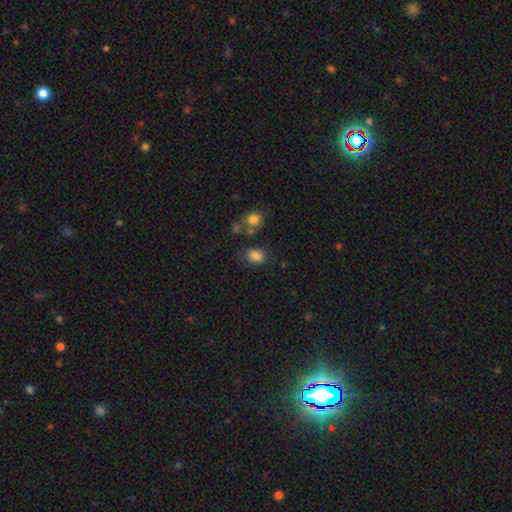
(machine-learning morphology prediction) Q: Smooth or featured?
A: smooth (82%); runner-up: star or artifact (11%)
Q: How rounded?
A: in between (79%); runner-up: round (20%)
Q: Merging?
A: none (65%); runner-up: minor disturbance (19%)